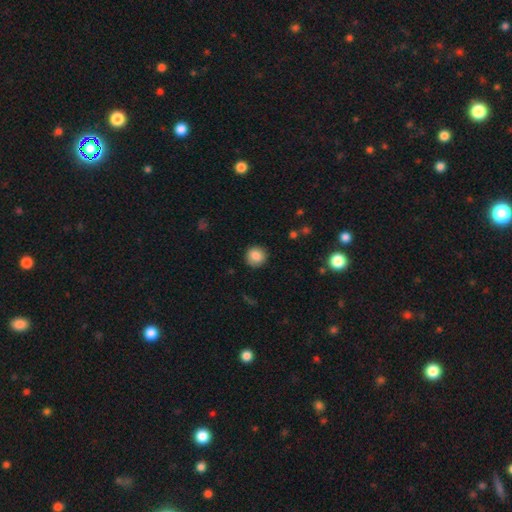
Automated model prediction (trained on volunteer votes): Overall: smooth (86%). How rounded: round (92%). Merging: none (89%).